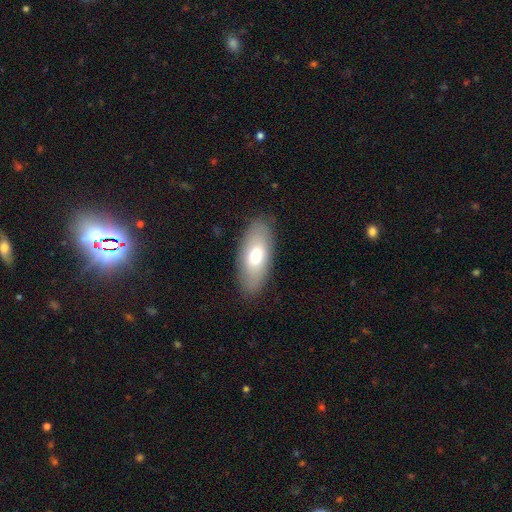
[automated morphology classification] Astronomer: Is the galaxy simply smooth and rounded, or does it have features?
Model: smooth — 70%.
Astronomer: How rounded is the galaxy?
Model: in between — 87%.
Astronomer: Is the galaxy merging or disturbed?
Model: none — 85%.